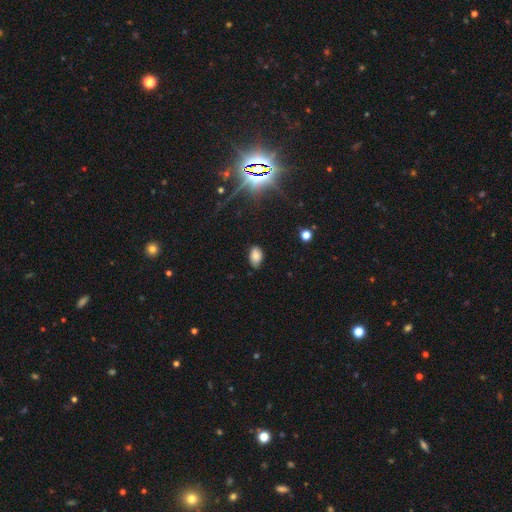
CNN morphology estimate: This appears to be a smooth galaxy with no disk features (79%) that is in between round and cigar-shaped (90%). Merging: none (73%).